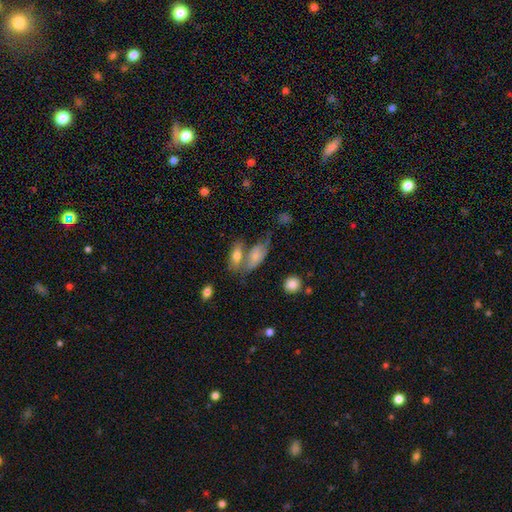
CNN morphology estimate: A smooth galaxy with no disk features (64%) that is in between round and cigar-shaped (85%).

Vote fractions:
- Smooth or featured? smooth: 64% / featured or disk: 27% / star or artifact: 8%
- How rounded? in between: 85% / cigar-shaped: 9% / round: 6%
- Merging? merger: 42% / none: 30% / minor disturbance: 17% / major disturbance: 11%